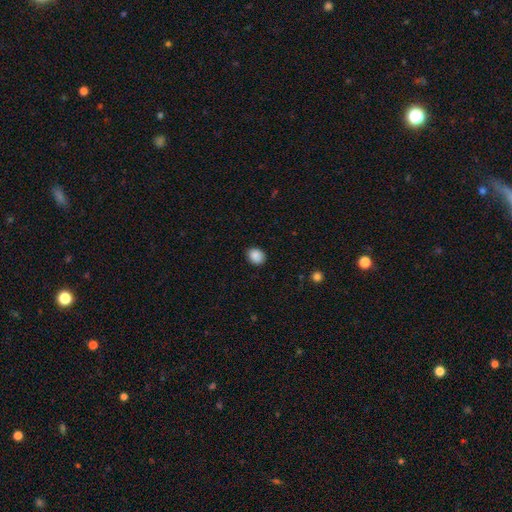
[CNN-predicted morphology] smooth_or_featured: smooth (p=0.89) [alt: star or artifact p=0.08]
how_rounded: round (p=0.60) [alt: in between p=0.39]
merging: none (p=0.87) [alt: minor disturbance p=0.09]